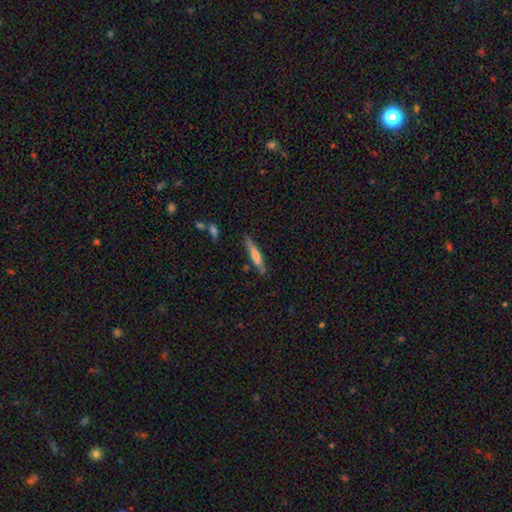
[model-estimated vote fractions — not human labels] The model was most divided on "smooth or featured": smooth: 55%, featured or disk: 38%, star or artifact: 7%. More confident: how rounded — cigar-shaped (91%); merging — none (77%).